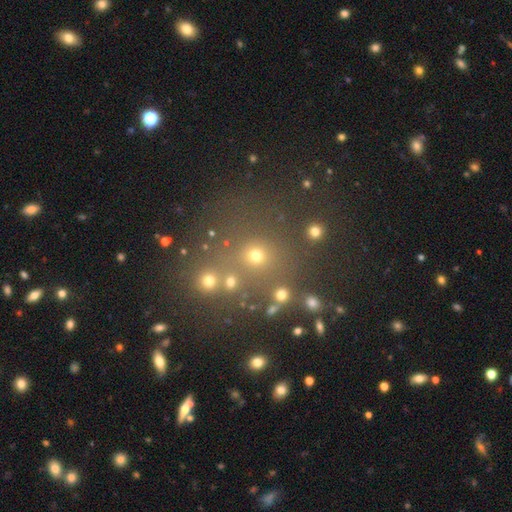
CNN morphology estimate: This is possibly a star or artifact rather than a galaxy (53%).